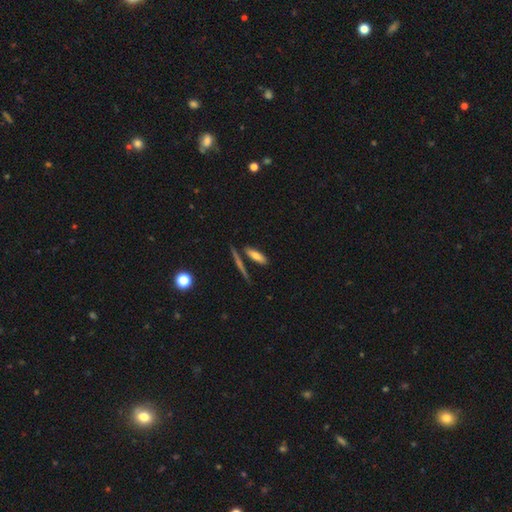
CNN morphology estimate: Smooth or featured: smooth — 68% (featured or disk — 23%)
How rounded: cigar-shaped — 53% (in between — 44%)
Merging: none — 73% (minor disturbance — 12%)